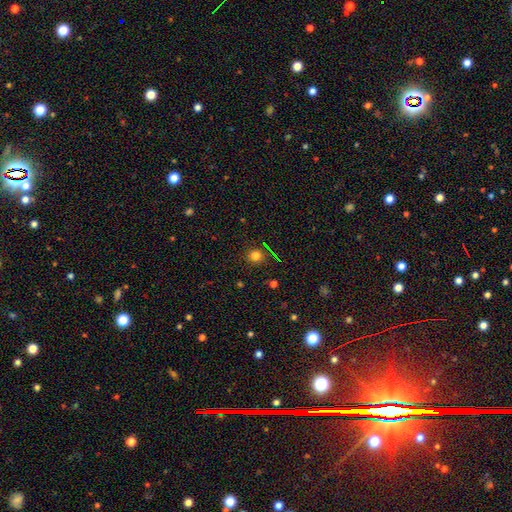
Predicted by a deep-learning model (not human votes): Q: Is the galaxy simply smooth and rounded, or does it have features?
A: smooth — 73%.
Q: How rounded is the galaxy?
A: round — 91%.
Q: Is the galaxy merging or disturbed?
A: none — 88%.